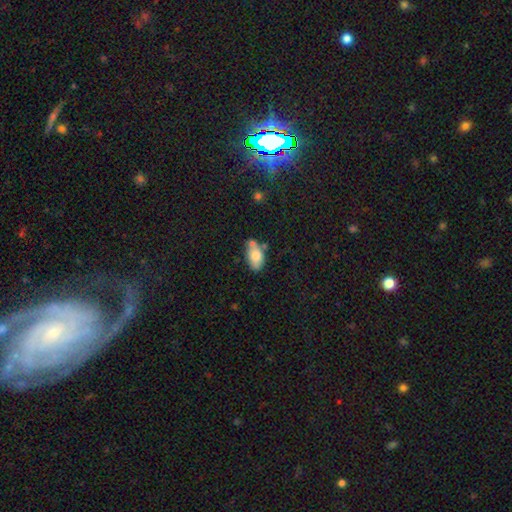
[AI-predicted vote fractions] Smooth or featured? smooth (77%)
How rounded? in between (91%)
Merging? none (52%)